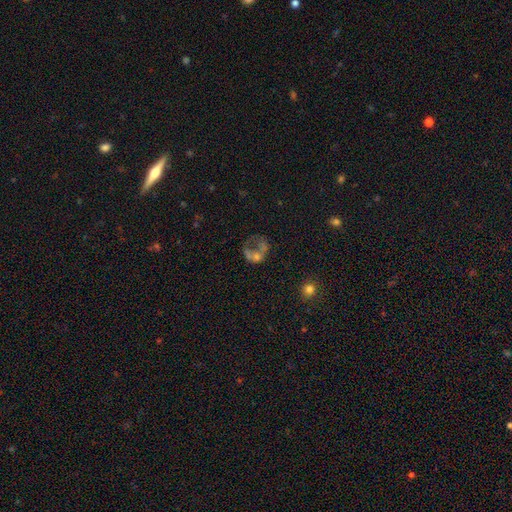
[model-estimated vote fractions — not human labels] This appears to be a featured or disk galaxy (46%). Merging: major disturbance (32%).